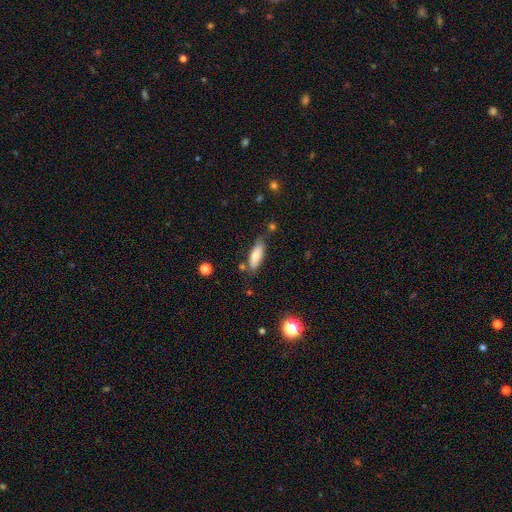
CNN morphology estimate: Smooth or featured? smooth (76%)
How rounded? in between (59%)
Merging? none (69%)